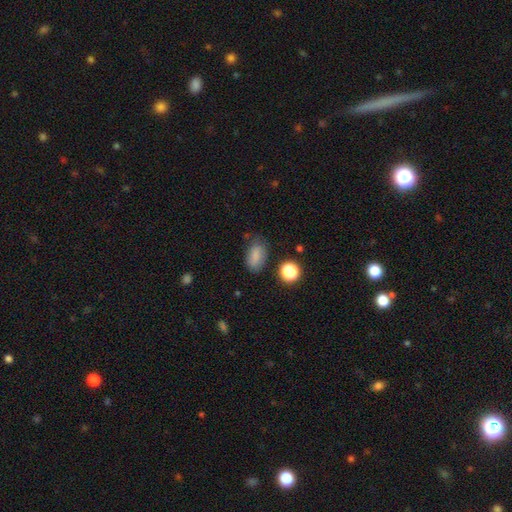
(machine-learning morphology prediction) smooth_or_featured: smooth (p=0.81) [alt: star or artifact p=0.11]
how_rounded: in between (p=0.87) [alt: round p=0.09]
merging: none (p=0.72) [alt: minor disturbance p=0.20]